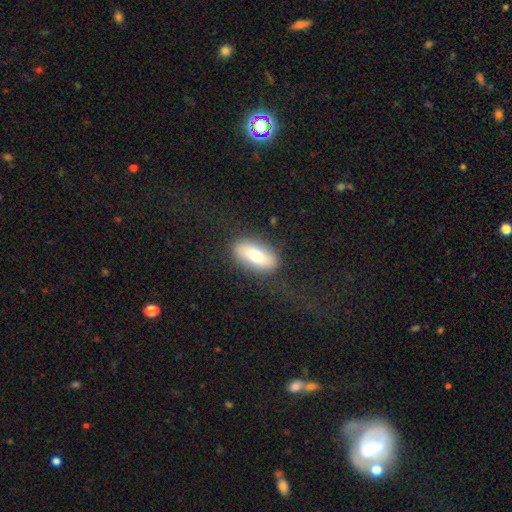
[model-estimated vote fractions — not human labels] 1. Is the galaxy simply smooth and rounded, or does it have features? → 72% smooth, 22% featured or disk, 7% star or artifact.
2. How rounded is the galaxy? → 86% in between, 10% cigar-shaped, 4% round.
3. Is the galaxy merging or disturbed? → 77% none, 14% minor disturbance, 8% major disturbance, 1% merger.